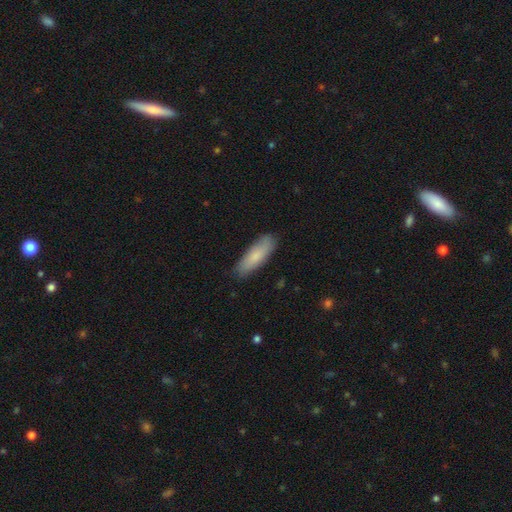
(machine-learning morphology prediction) smooth-or-featured: smooth: 80% | featured or disk: 14% | star or artifact: 6%
  how-rounded: cigar-shaped: 52% | in between: 47% | round: 2%
  merging: none: 83% | minor disturbance: 13% | major disturbance: 2% | merger: 1%